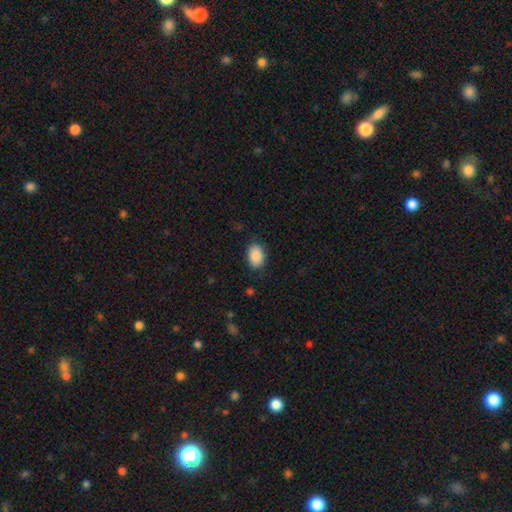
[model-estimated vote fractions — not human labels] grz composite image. It shows a smooth galaxy with no disk features (90%) that is in between round and cigar-shaped (86%). Merging: none (84%).